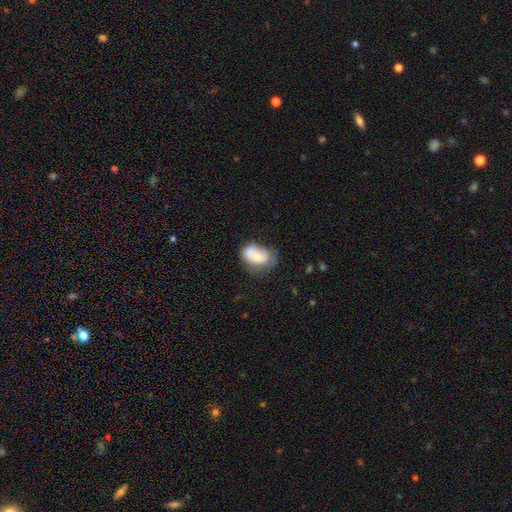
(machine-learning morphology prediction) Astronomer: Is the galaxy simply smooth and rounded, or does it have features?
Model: smooth — 65%.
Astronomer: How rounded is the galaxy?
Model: in between — 86%.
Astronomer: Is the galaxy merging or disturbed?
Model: none — 42% (runner-up: minor disturbance, 33%).